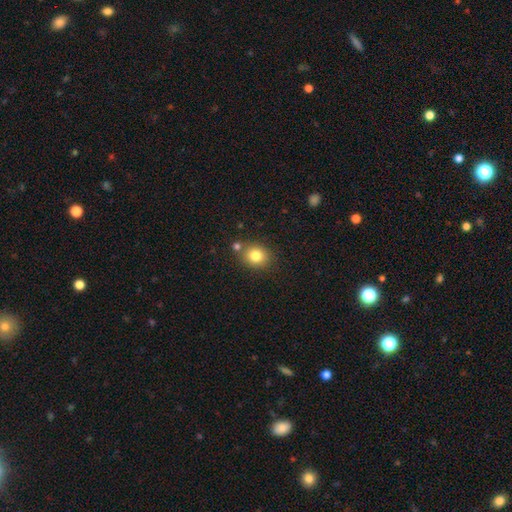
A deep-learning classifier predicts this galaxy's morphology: type=smooth (81%); roundness=round (71%); merging=none (75%).